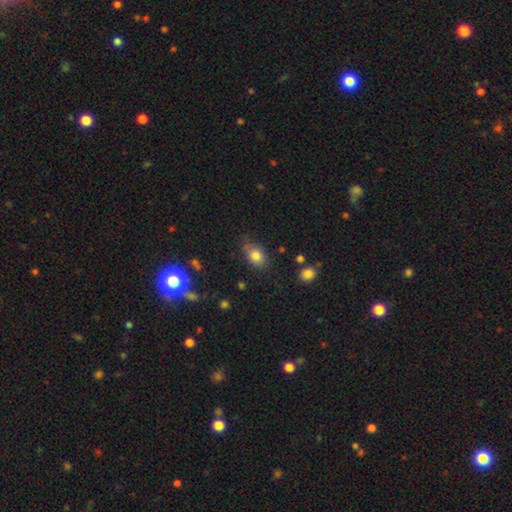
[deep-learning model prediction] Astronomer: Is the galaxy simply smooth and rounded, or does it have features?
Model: smooth — 81%.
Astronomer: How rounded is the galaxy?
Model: in between — 69%.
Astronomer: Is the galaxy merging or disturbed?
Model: none — 69%.